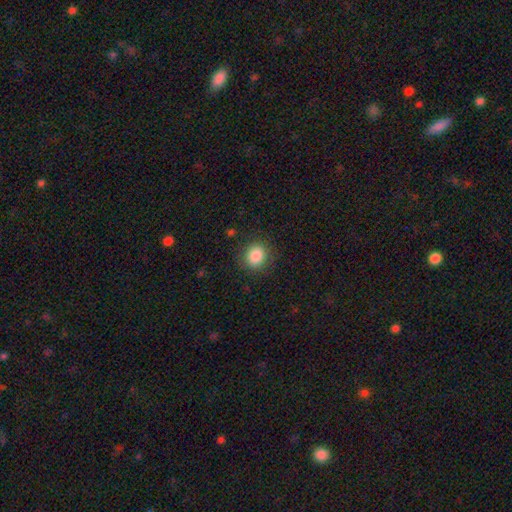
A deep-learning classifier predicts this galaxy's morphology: smooth_or_featured: smooth (p=0.86) [alt: star or artifact p=0.09]
how_rounded: round (p=0.73) [alt: in between p=0.26]
merging: none (p=0.87) [alt: minor disturbance p=0.09]